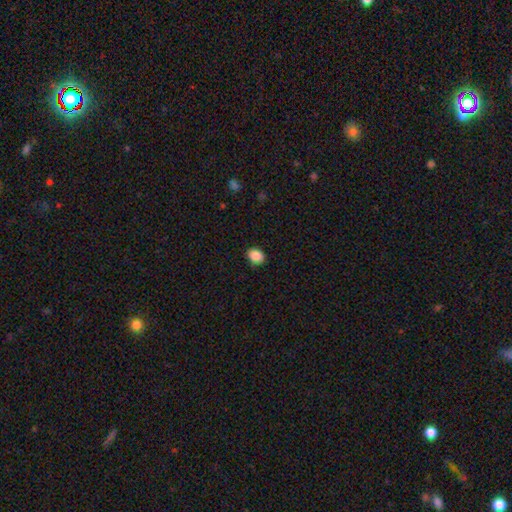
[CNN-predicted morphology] A smooth galaxy with no disk features (88%) that is in between round and cigar-shaped (56%). Merging: none (87%).